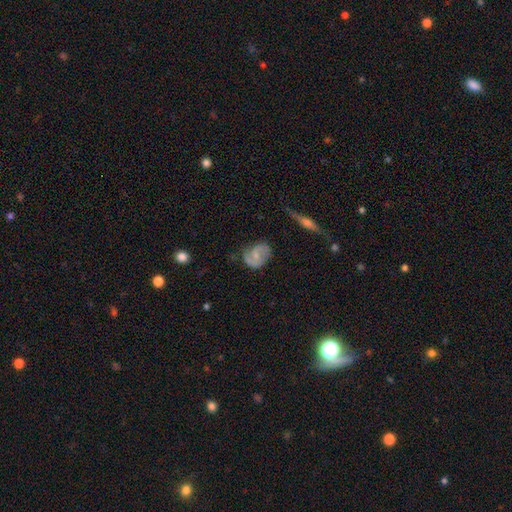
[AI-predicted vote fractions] This is likely a featured or disk galaxy (65%). It is clearly not viewed edge-on (97%). Bar: possibly no (54%). Spiral arm pattern: clearly yes (88%). Spiral arm count: likely 2 (76%). Spiral winding: possibly medium (46%). Central bulge: possibly small (53%). Merging: likely none (63%).